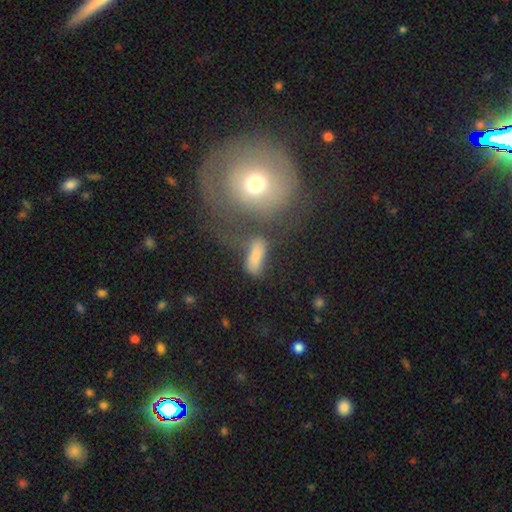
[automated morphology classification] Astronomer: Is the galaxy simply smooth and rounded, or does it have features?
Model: smooth — 76%.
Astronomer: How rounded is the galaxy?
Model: in between — 68%.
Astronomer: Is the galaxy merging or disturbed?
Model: none — 49%.